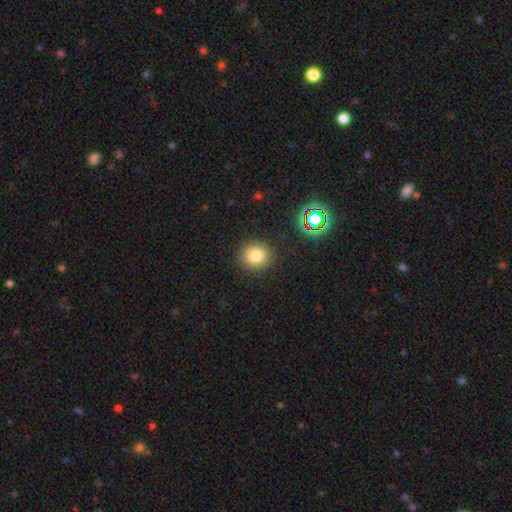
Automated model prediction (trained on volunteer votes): Overall: smooth (79%). How rounded: round (81%). Merging: none (88%).